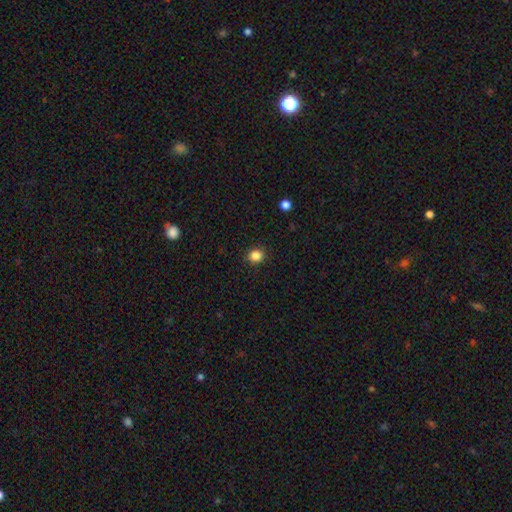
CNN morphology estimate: Smooth or featured? Predicted: smooth (p=0.85). How rounded? Predicted: round (p=0.83). Merging? Predicted: none (p=0.91).